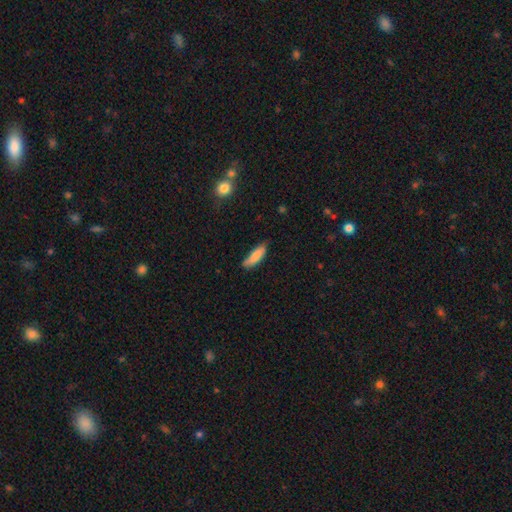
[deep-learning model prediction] smooth-or-featured: smooth: 82% | featured or disk: 12% | star or artifact: 6%
  how-rounded: cigar-shaped: 53% | in between: 46% | round: 2%
  merging: none: 66% | minor disturbance: 27% | major disturbance: 4% | merger: 2%